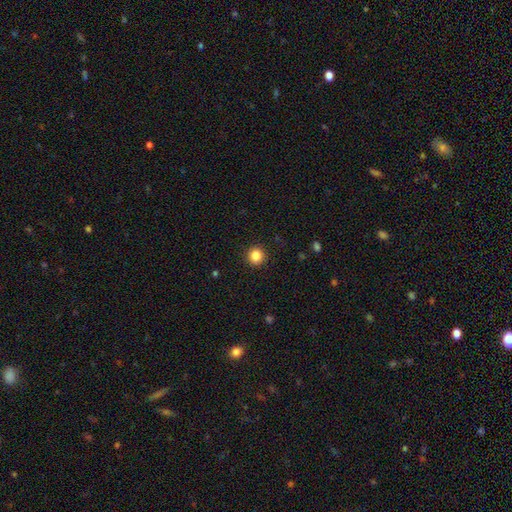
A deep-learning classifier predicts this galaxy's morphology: type=smooth (85%); roundness=round (92%); merging=none (92%).